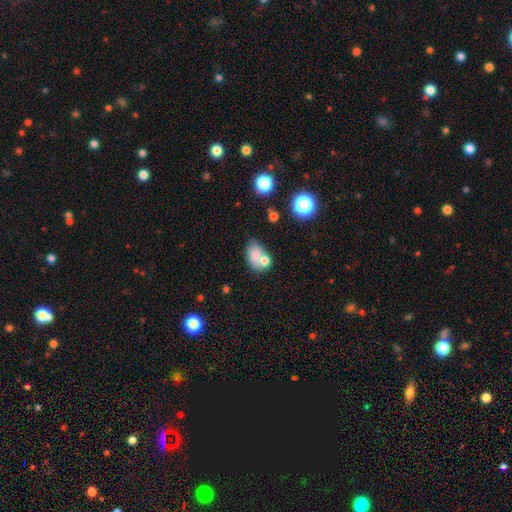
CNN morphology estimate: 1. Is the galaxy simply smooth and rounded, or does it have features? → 72% smooth, 17% featured or disk, 10% star or artifact.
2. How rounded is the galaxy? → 75% in between, 23% round, 1% cigar-shaped.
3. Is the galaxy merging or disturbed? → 47% merger, 33% none, 14% minor disturbance, 6% major disturbance.